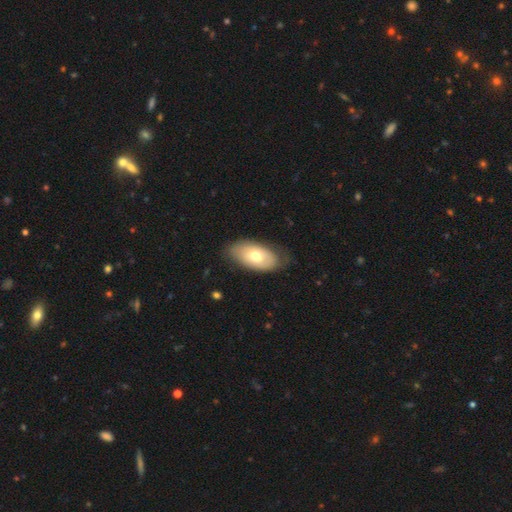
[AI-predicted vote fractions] Smooth or featured? smooth (65%)
How rounded? in between (93%)
Merging? none (76%)